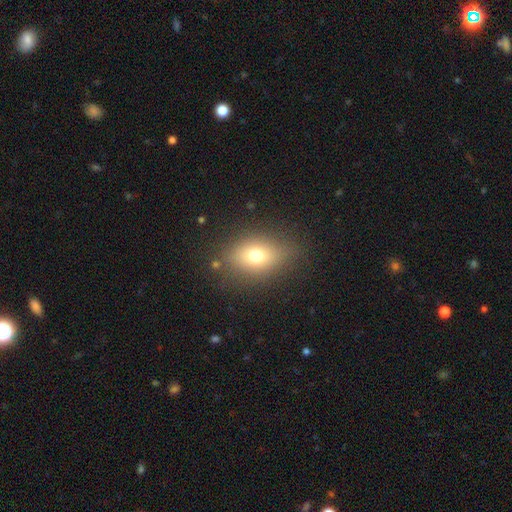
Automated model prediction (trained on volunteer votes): Q: Smooth or featured?
A: smooth (71%); runner-up: featured or disk (16%)
Q: How rounded?
A: in between (65%); runner-up: round (33%)
Q: Merging?
A: none (79%); runner-up: minor disturbance (14%)